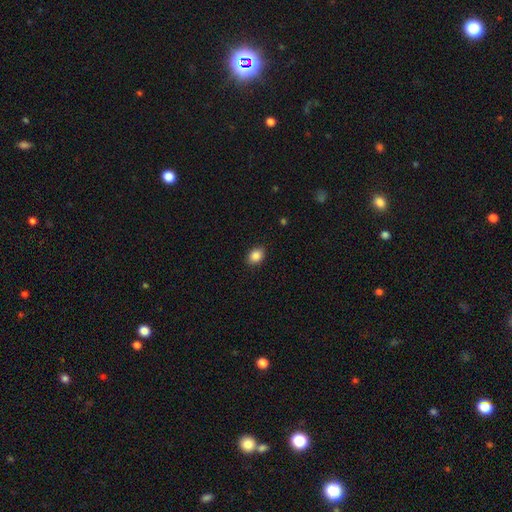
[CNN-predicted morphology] Smooth or featured? smooth (87%)
How rounded? in between (65%)
Merging? none (88%)